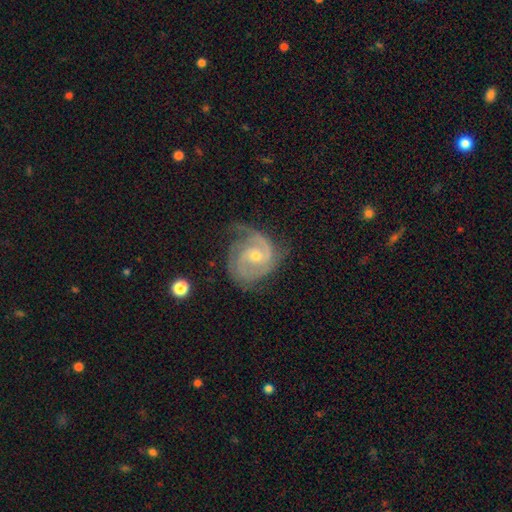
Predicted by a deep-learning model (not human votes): A featured or disk galaxy (90%) with no bar (54%), 2 (58%) tight (53%) spiral arms (98%) and a small central bulge (53%). Merging: none (63%).